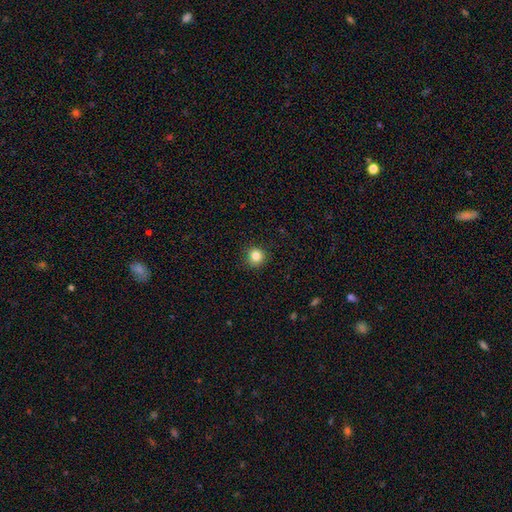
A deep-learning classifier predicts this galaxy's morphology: A smooth galaxy with no disk features (84%) that is round (93%).

Vote fractions:
- Smooth or featured? smooth: 84% / star or artifact: 11% / featured or disk: 5%
- How rounded? round: 93% / in between: 6% / cigar-shaped: 1%
- Merging? none: 91% / minor disturbance: 6% / major disturbance: 2% / merger: 1%